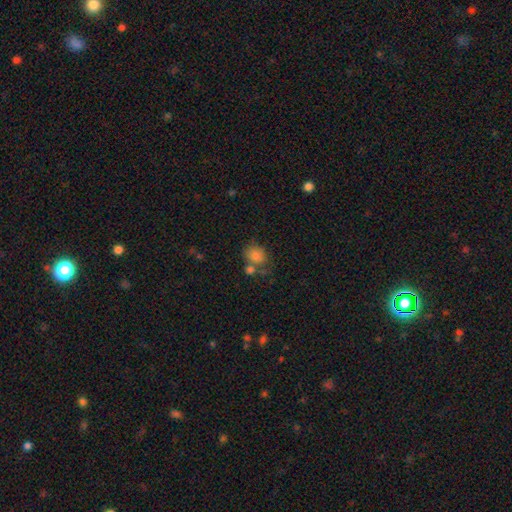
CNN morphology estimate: smooth-or-featured: smooth: 81% | star or artifact: 10% | featured or disk: 9%
  how-rounded: round: 62% | in between: 37% | cigar-shaped: 1%
  merging: none: 51% | merger: 26% | minor disturbance: 16% | major disturbance: 7%